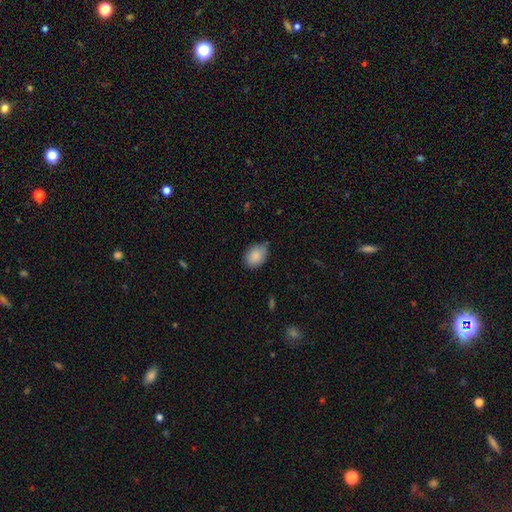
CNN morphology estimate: A smooth galaxy with no disk features (88%) that is in between round and cigar-shaped (72%). Merging: none (80%).